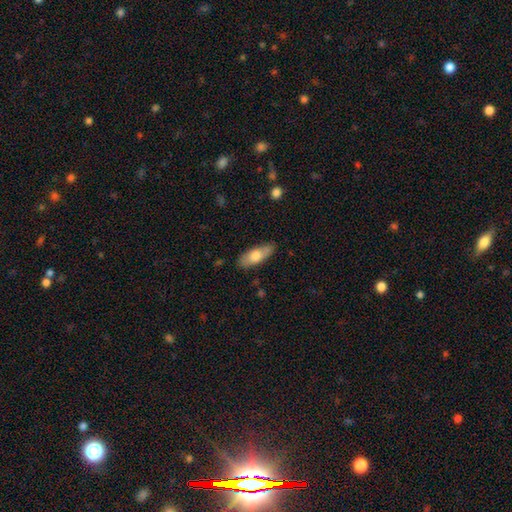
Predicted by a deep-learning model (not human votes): Smooth or featured?
  - smooth: 71% *
  - featured or disk: 23%
  - star or artifact: 6%
How rounded?
  - in between: 72% *
  - cigar-shaped: 26%
  - round: 2%
Merging?
  - none: 83% *
  - minor disturbance: 13%
  - major disturbance: 3%
  - merger: 1%